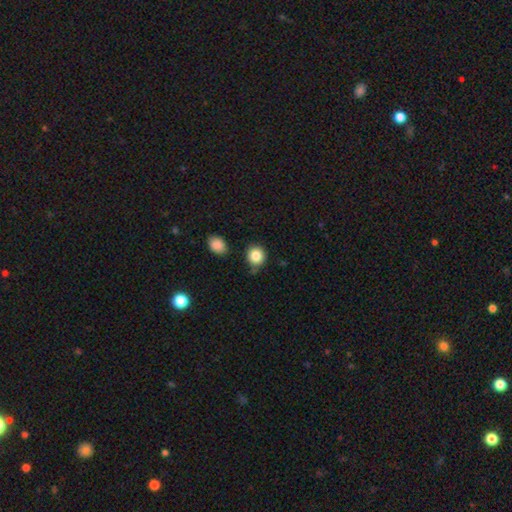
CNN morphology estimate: This appears to be a smooth galaxy with no disk features (85%) that is round (86%). Merging: none (77%).